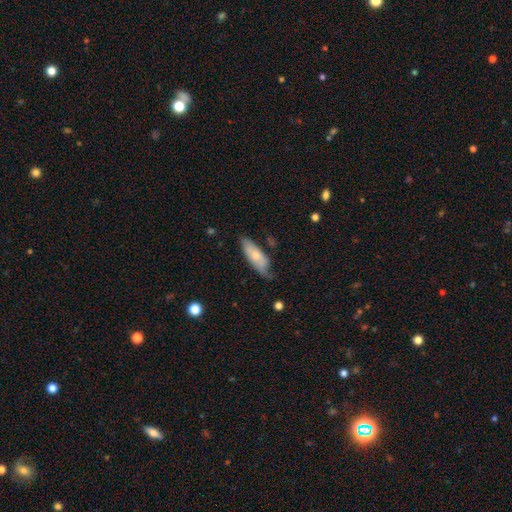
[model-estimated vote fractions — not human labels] A smooth galaxy with no disk features (59%) that is in between round and cigar-shaped (65%).

Vote fractions:
- Smooth or featured? smooth: 59% / featured or disk: 35% / star or artifact: 6%
- How rounded? in between: 65% / cigar-shaped: 33% / round: 2%
- Merging? none: 53% / minor disturbance: 35% / major disturbance: 10% / merger: 3%